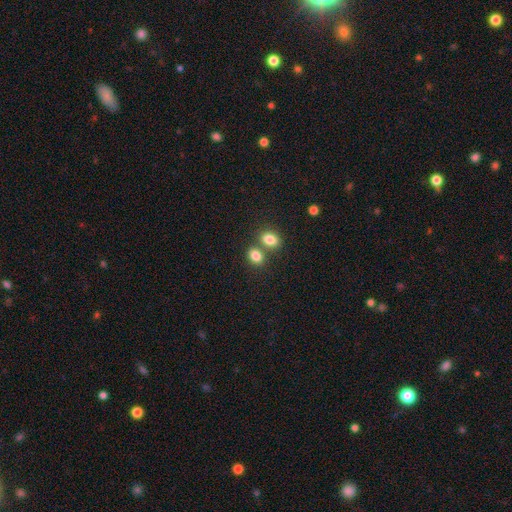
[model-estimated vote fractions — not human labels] A smooth galaxy with no disk features (83%) that is in between round and cigar-shaped (67%). Merging: none (45%).